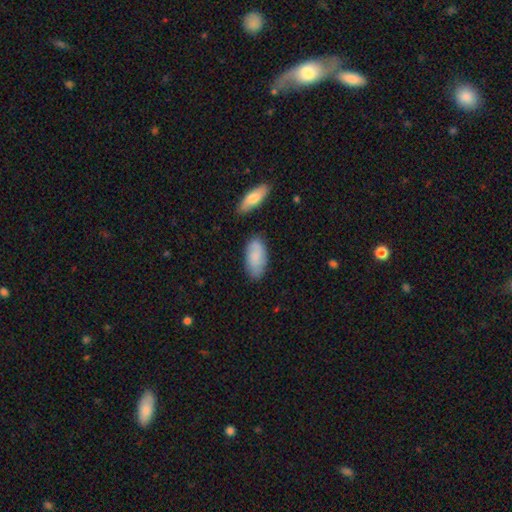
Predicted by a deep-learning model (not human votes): Q: Smooth or featured?
A: smooth (77%); runner-up: featured or disk (17%)
Q: How rounded?
A: in between (92%); runner-up: cigar-shaped (6%)
Q: Merging?
A: none (75%); runner-up: minor disturbance (17%)